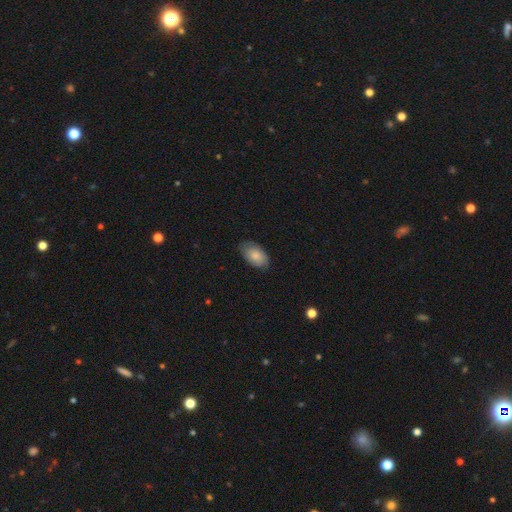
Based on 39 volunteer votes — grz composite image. It shows a smooth galaxy with no disk features (69%) that is in between round and cigar-shaped (96%). Merging: none (73%).